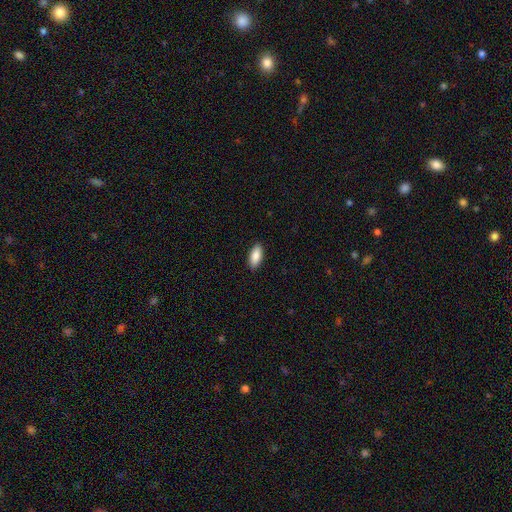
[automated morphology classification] This is clearly a smooth galaxy (88%). How rounded: clearly in between (85%). Merging: clearly none (90%).